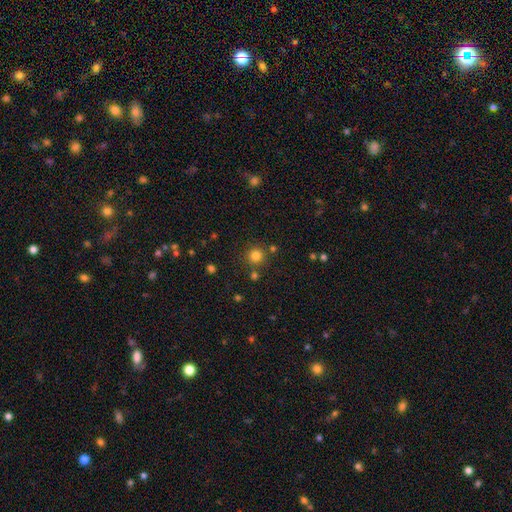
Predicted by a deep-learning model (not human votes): Smooth or featured? Predicted: smooth (p=0.80). How rounded? Predicted: round (p=0.94). Merging? Predicted: none (p=0.82).